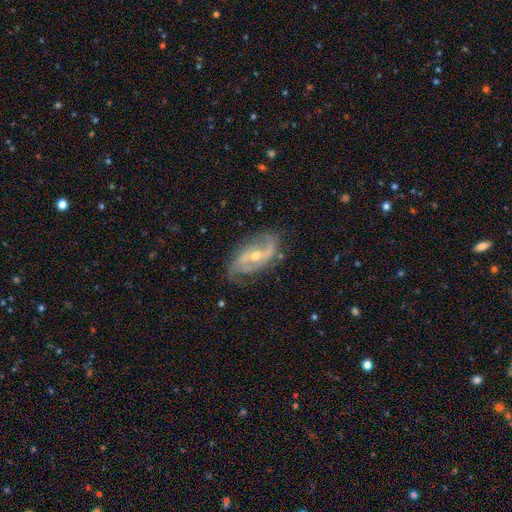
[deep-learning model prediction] Q: Smooth or featured?
A: featured or disk (87%); runner-up: smooth (7%)
Q: Edge-on disk?
A: no (94%); runner-up: yes (6%)
Q: Bar?
A: weak (42%); runner-up: no (32%)
Q: Spiral arms?
A: yes (96%); runner-up: no (4%)
Q: Spiral winding?
A: medium (43%); runner-up: loose (37%)
Q: Spiral arm count?
A: 2 (73%); runner-up: 3 (10%)
Q: Bulge size?
A: moderate (51%); runner-up: small (46%)
Q: Merging?
A: none (70%); runner-up: minor disturbance (20%)